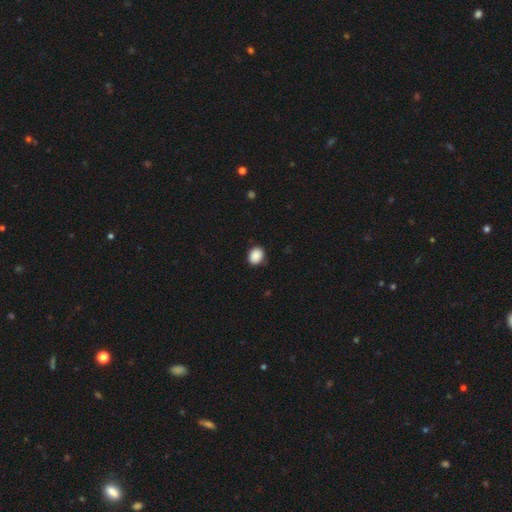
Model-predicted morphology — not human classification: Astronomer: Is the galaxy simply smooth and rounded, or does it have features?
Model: smooth — 90%.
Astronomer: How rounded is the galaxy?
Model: in between — 56% (runner-up: round, 44%).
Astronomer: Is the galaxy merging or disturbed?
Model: none — 87%.